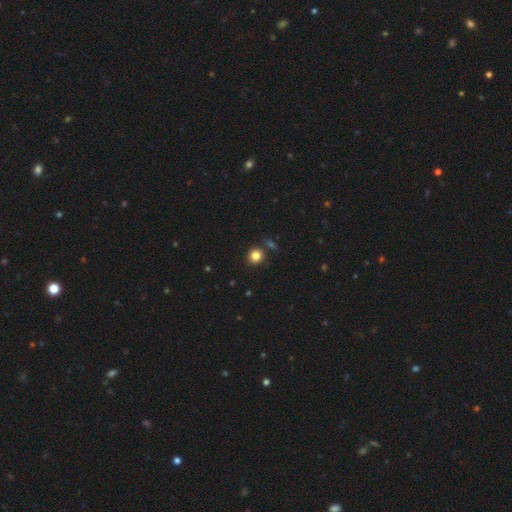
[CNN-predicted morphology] smooth 83%, star or artifact 12%, featured or disk 5%. Down the decision tree: how rounded — round (85%); merging — none (83%).